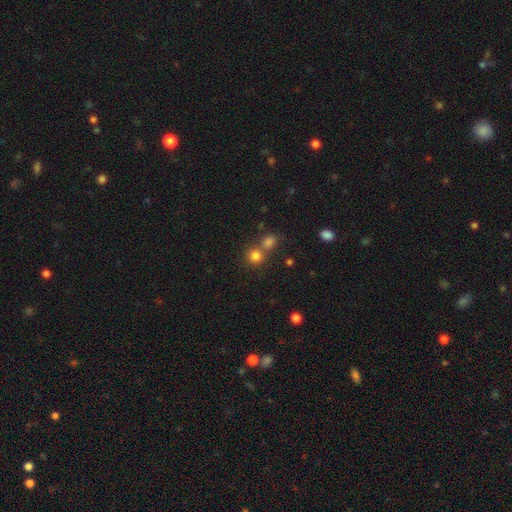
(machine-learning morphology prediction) The model was most divided on "merging": none: 53%, merger: 38%, minor disturbance: 7%, major disturbance: 3%. More confident: how rounded — round (88%); smooth or featured — smooth (79%).